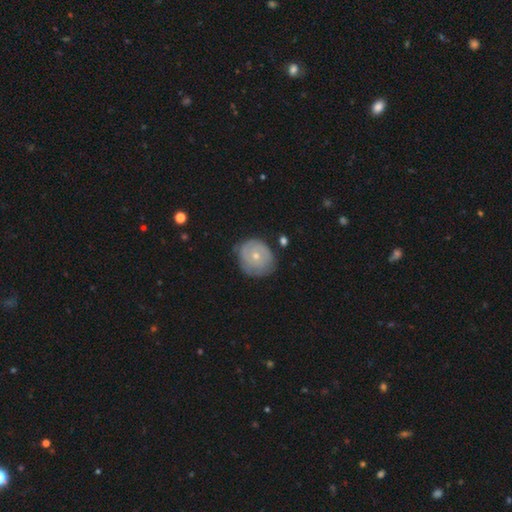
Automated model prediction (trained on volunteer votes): featured or disk 58%, smooth 36%, star or artifact 6%. Down the decision tree: edge-on disk — no (97%); bar — no (83%); spiral arms — yes (74%); bulge size — small (62%); merging — none (68%).